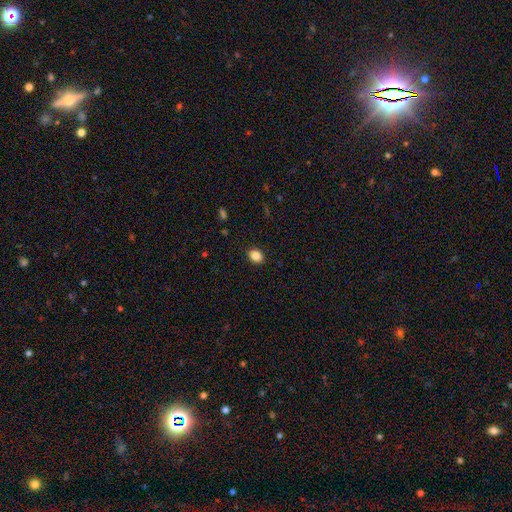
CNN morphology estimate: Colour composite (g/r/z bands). It shows a smooth galaxy with no disk features (86%) that is in between round and cigar-shaped (53%). Merging: none (90%).